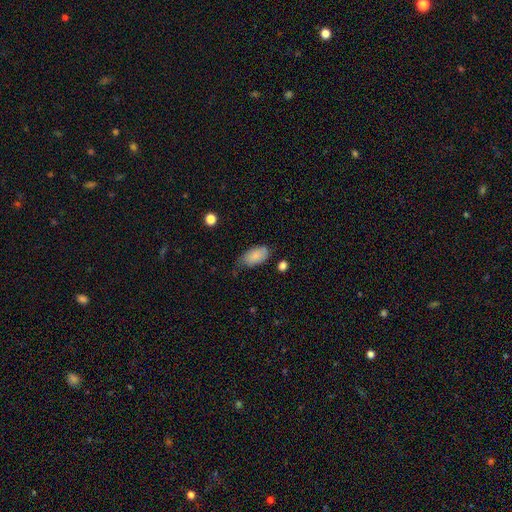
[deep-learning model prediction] Morphology: type=smooth (85%); roundness=in between (94%); merging=none (58%).